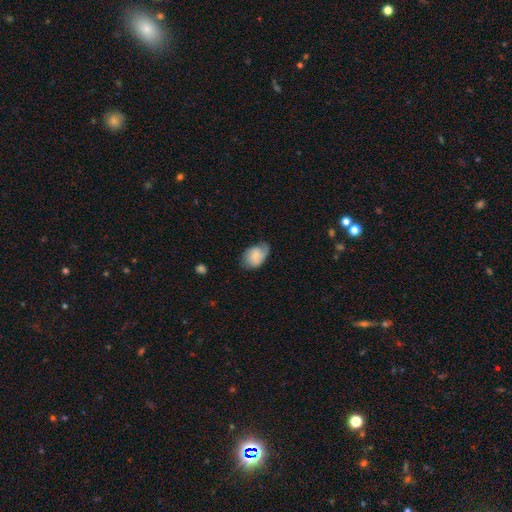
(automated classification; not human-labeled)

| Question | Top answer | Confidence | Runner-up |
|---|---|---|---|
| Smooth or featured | smooth | 58% | featured or disk (35%) |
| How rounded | in between | 81% | round (18%) |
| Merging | none | 52% | minor disturbance (34%) |